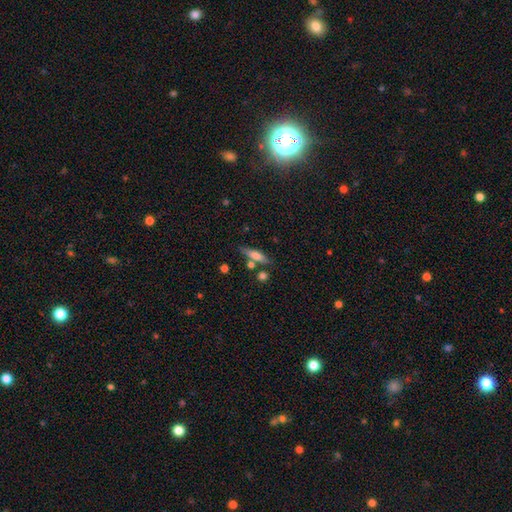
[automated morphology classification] A smooth galaxy with no disk features (62%) that is cigar-shaped (70%).

Vote fractions:
- Smooth or featured? smooth: 62% / featured or disk: 31% / star or artifact: 8%
- How rounded? cigar-shaped: 70% / in between: 26% / round: 3%
- Merging? none: 72% / minor disturbance: 12% / merger: 12% / major disturbance: 4%